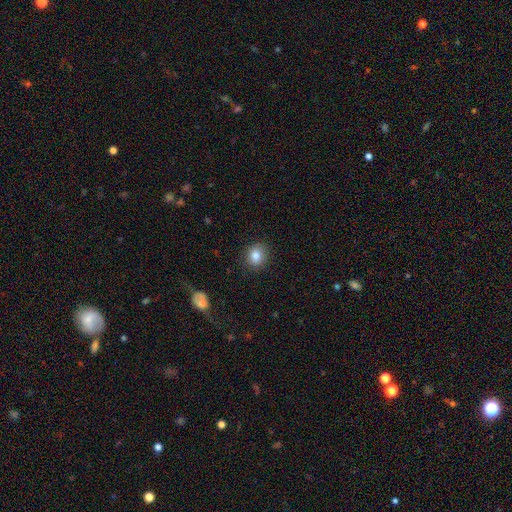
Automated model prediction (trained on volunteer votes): A smooth galaxy with no disk features (84%) that is round (71%). Merging: none (87%).